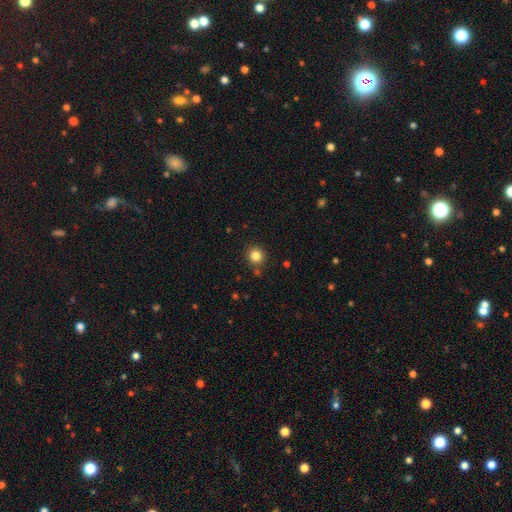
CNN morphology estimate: Smooth or featured?
  - smooth: 83% *
  - star or artifact: 12%
  - featured or disk: 5%
How rounded?
  - round: 92% *
  - in between: 7%
  - cigar-shaped: 1%
Merging?
  - none: 85% *
  - minor disturbance: 8%
  - merger: 4%
  - major disturbance: 2%